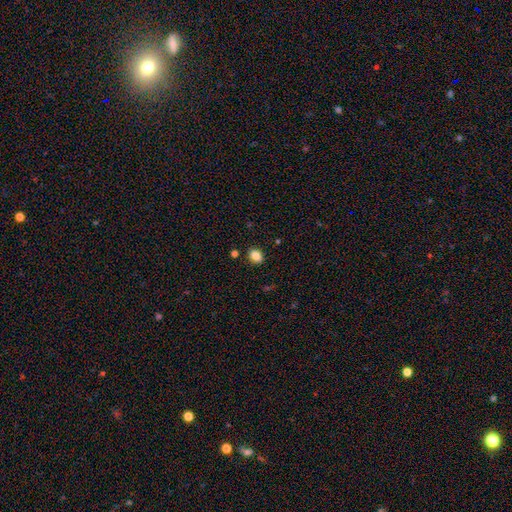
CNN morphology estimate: smooth-or-featured: smooth: 84% | star or artifact: 10% | featured or disk: 5%
  how-rounded: in between: 60% | round: 39% | cigar-shaped: 1%
  merging: none: 87% | minor disturbance: 9% | merger: 2% | major disturbance: 2%